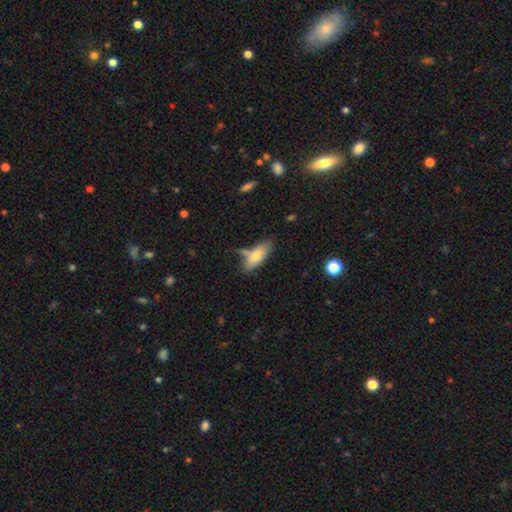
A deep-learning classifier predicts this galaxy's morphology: type=smooth (73%); roundness=in between (78%); merging=none (59%).